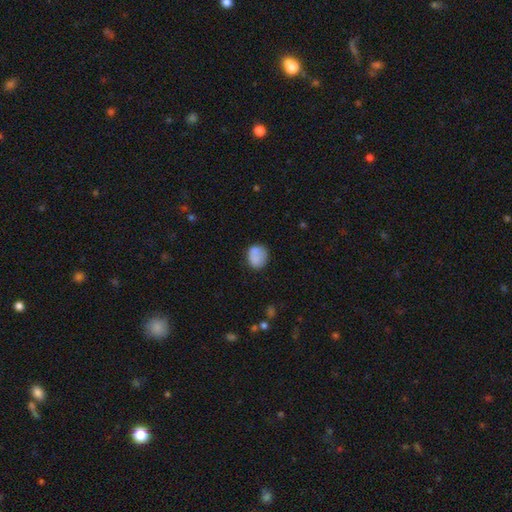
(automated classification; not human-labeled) smooth-or-featured: smooth: 79% | featured or disk: 12% | star or artifact: 9%
  how-rounded: round: 73% | in between: 26% | cigar-shaped: 1%
  merging: none: 63% | minor disturbance: 20% | merger: 11% | major disturbance: 7%